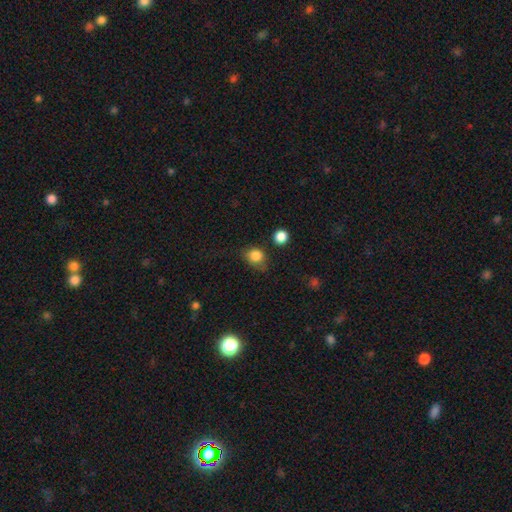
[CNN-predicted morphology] A smooth galaxy with no disk features (84%) that is round (64%).

Vote fractions:
- Smooth or featured? smooth: 84% / star or artifact: 10% / featured or disk: 6%
- How rounded? round: 64% / in between: 35% / cigar-shaped: 1%
- Merging? none: 60% / minor disturbance: 27% / major disturbance: 8% / merger: 4%